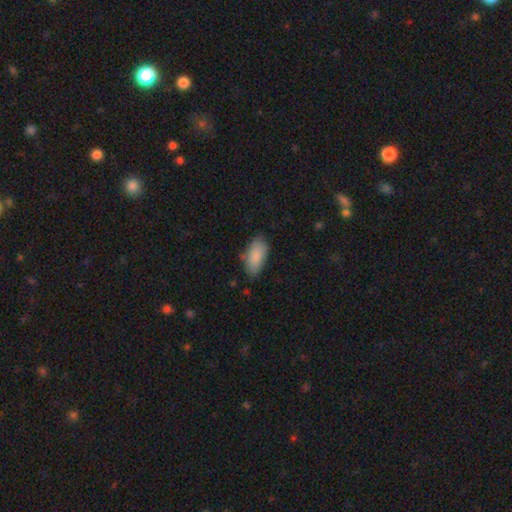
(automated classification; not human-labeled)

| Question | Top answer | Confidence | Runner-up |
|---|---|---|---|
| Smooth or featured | smooth | 88% | star or artifact (6%) |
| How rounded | in between | 89% | cigar-shaped (9%) |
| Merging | none | 75% | minor disturbance (19%) |